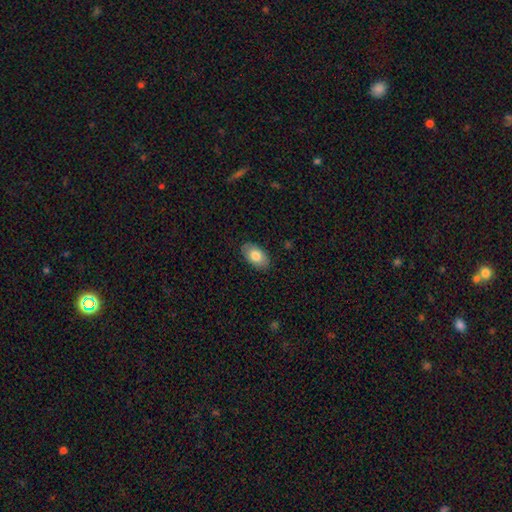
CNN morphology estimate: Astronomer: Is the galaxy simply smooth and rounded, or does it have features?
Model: smooth — 80%.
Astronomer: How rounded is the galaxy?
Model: in between — 93%.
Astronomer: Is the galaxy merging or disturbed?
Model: none — 86%.